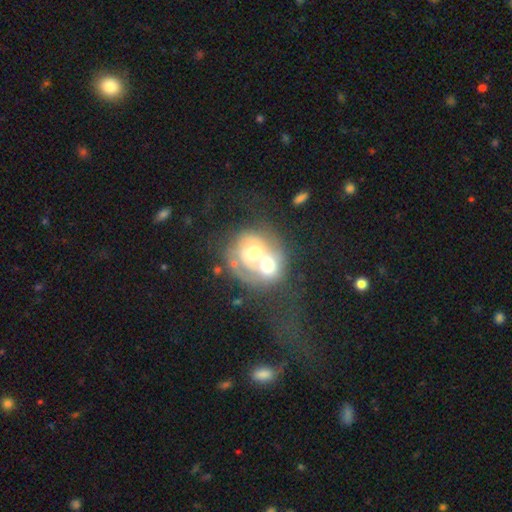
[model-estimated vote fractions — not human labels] A featured or disk galaxy (59%) with no bar (80%), no spiral arms (60%) and a moderate central bulge (58%). Merging: merger (70%).